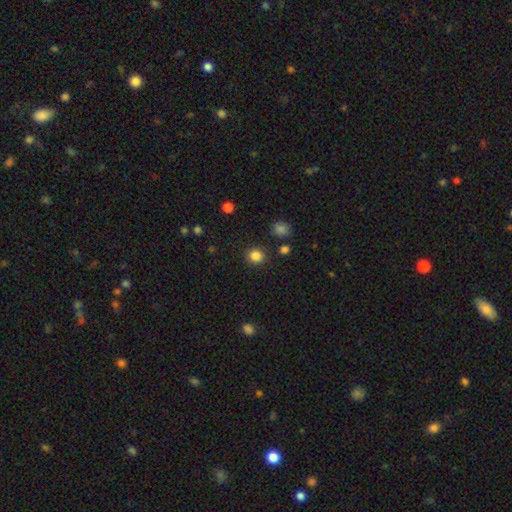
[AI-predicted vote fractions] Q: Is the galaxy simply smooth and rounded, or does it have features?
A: smooth — 84%.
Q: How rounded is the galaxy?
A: round — 89%.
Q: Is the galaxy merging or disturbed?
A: none — 88%.